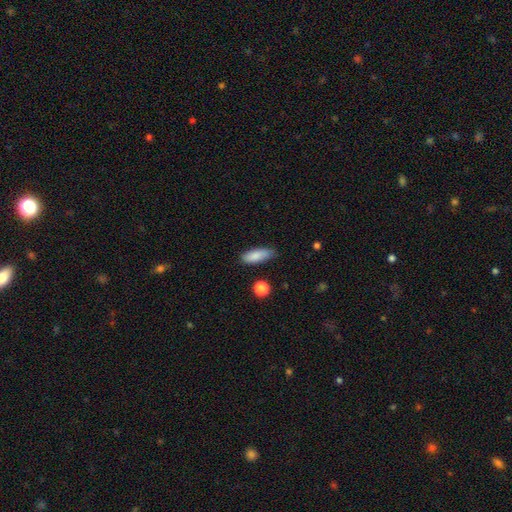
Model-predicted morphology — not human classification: Smooth or featured: smooth — 86% (featured or disk — 7%)
How rounded: in between — 63% (cigar-shaped — 34%)
Merging: none — 80% (minor disturbance — 16%)